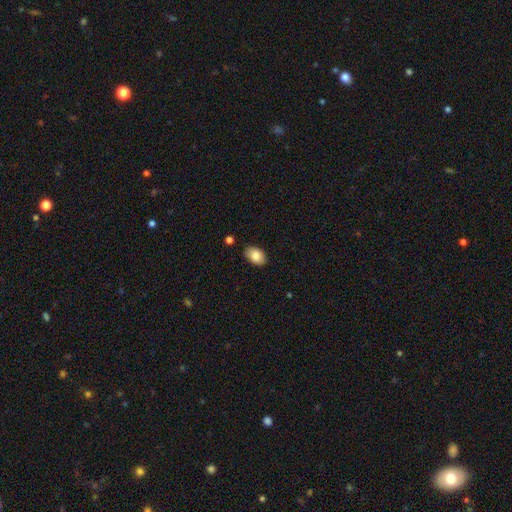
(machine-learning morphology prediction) Overall: smooth (86%). How rounded: in between (90%). Merging: none (85%).